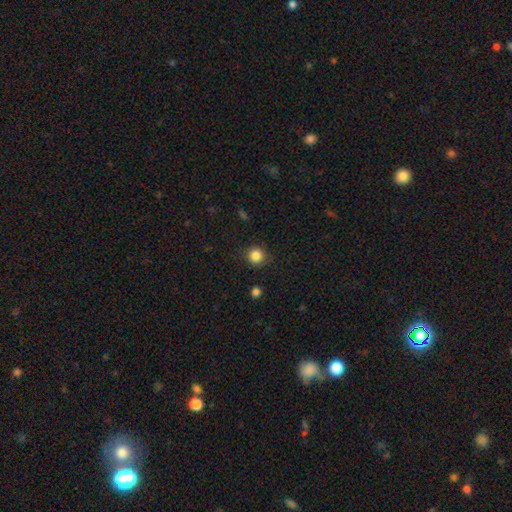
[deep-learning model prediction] A smooth galaxy with no disk features (85%) that is round (93%). Merging: none (87%).